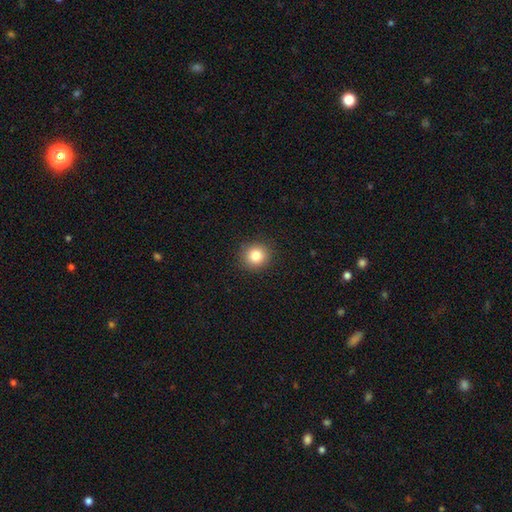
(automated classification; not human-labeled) Morphology: type=smooth (83%); roundness=round (90%); merging=none (91%).